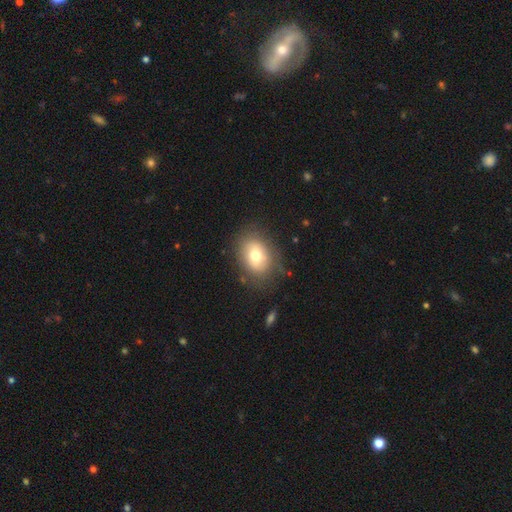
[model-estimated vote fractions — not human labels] Smooth or featured? Predicted: smooth (p=0.71). How rounded? Predicted: in between (p=0.66). Merging? Predicted: none (p=0.76).